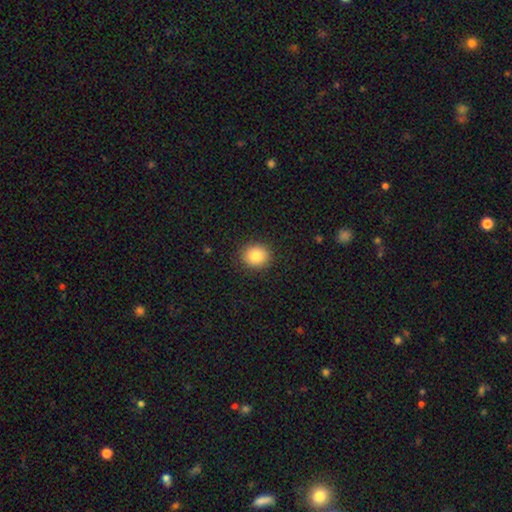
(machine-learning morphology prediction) This is clearly a smooth galaxy (85%). How rounded: likely round (77%). Merging: clearly none (90%).